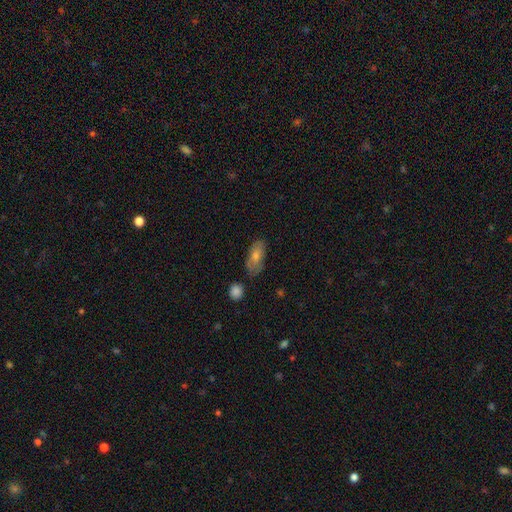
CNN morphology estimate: type=smooth (62%); roundness=in between (83%); merging=none (76%).